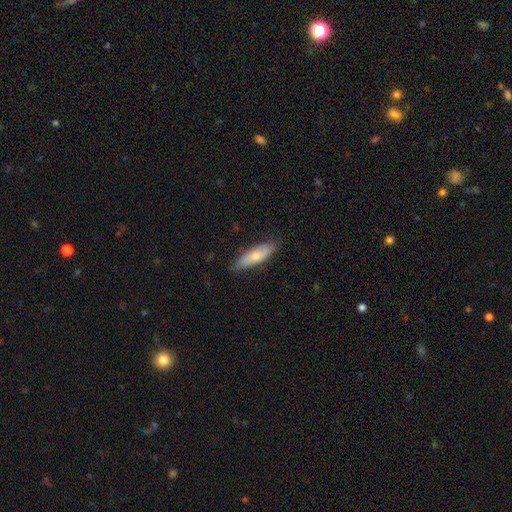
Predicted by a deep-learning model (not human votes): Overall: smooth (69%). How rounded: in between (56%; cigar-shaped 41%). Merging: none (82%).